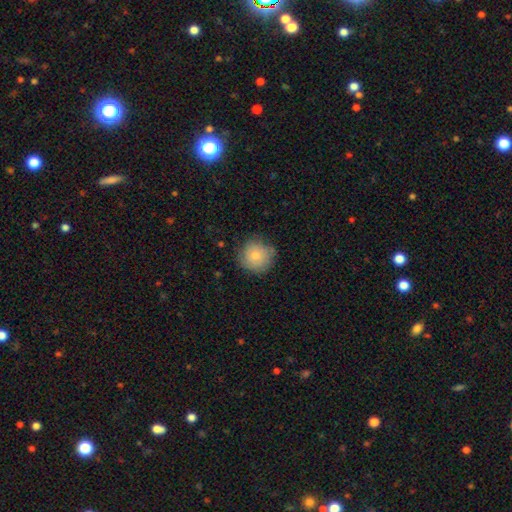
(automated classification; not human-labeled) A smooth galaxy with no disk features (81%) that is round (93%).

Vote fractions:
- Smooth or featured? smooth: 81% / featured or disk: 11% / star or artifact: 8%
- How rounded? round: 93% / in between: 6% / cigar-shaped: 1%
- Merging? none: 76% / minor disturbance: 18% / major disturbance: 4% / merger: 2%